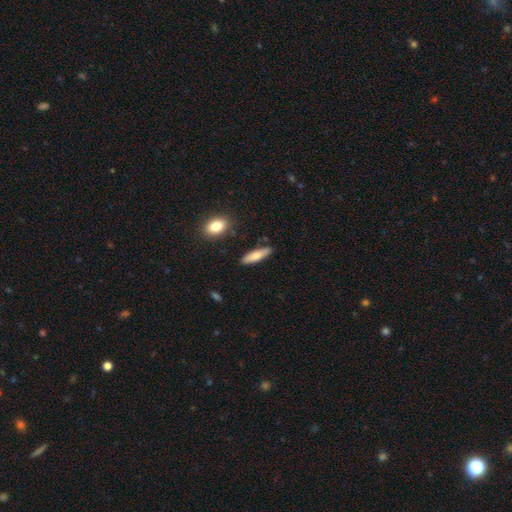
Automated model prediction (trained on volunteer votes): Smooth or featured: smooth — 75% (featured or disk — 19%)
How rounded: cigar-shaped — 64% (in between — 34%)
Merging: none — 85% (minor disturbance — 11%)